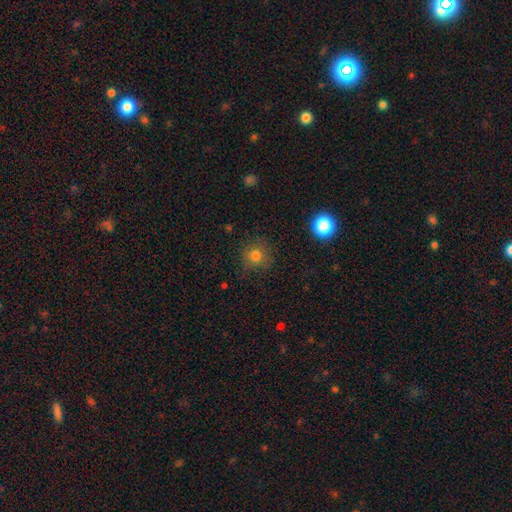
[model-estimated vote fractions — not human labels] Morphology: type=smooth (77%); roundness=round (91%); merging=none (82%).